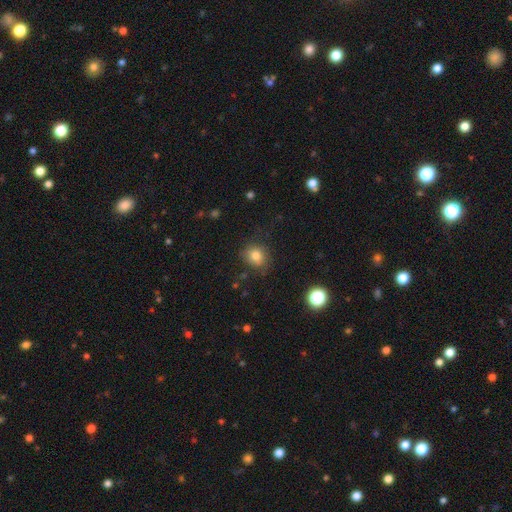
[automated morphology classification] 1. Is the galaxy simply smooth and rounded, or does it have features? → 81% smooth, 12% star or artifact, 7% featured or disk.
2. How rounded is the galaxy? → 69% round, 30% in between, 1% cigar-shaped.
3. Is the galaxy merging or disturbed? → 79% none, 15% minor disturbance, 4% major disturbance, 2% merger.